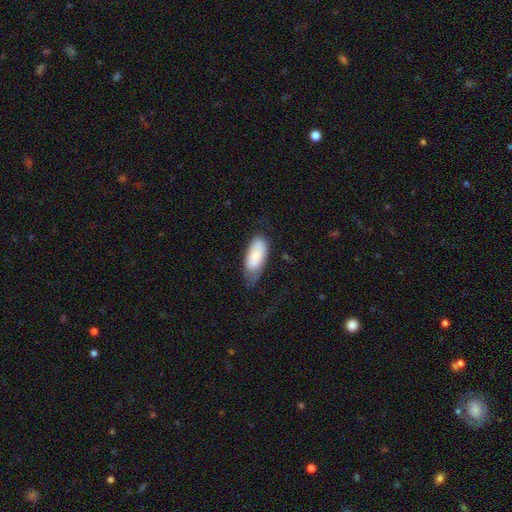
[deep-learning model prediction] Overall: smooth (79%). How rounded: in between (89%). Merging: none (46%; minor disturbance 36%).